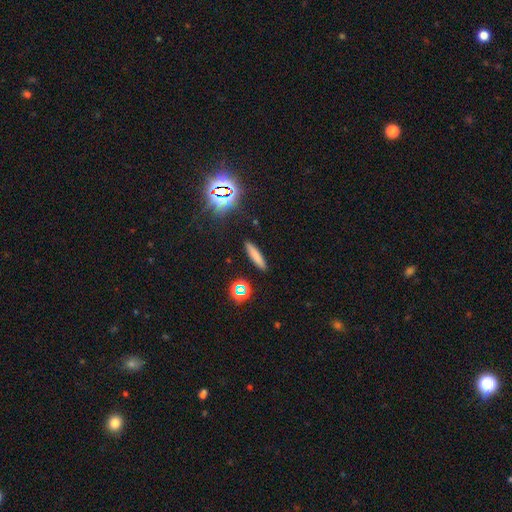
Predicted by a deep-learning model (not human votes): Overall: smooth (73%). How rounded: cigar-shaped (84%). Merging: none (89%).